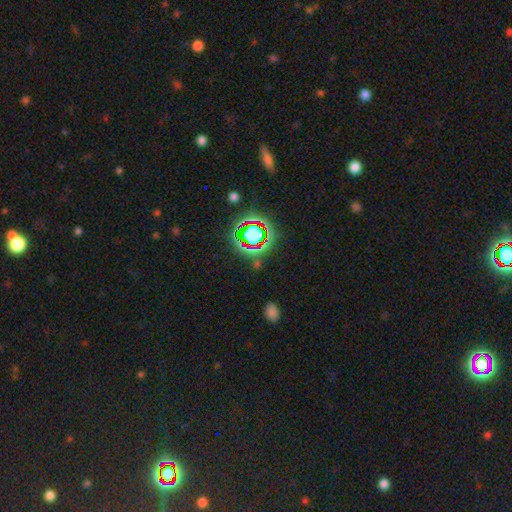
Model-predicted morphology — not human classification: Smooth or featured: star or artifact — 72% (smooth — 18%)